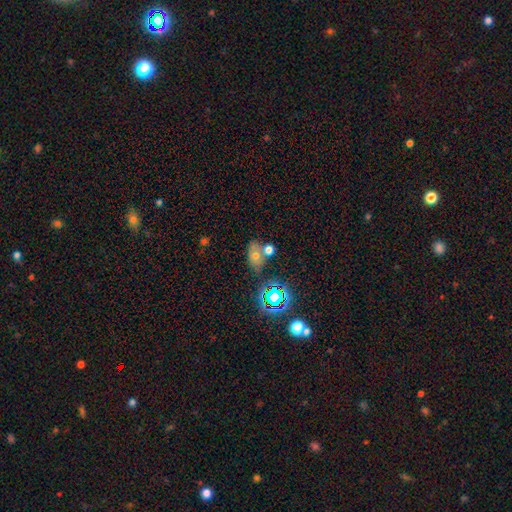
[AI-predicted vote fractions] A smooth galaxy with no disk features (40%).

Vote fractions:
- Smooth or featured? smooth: 40% / star or artifact: 39% / featured or disk: 21%
- Merging? none: 55% / merger: 24% / minor disturbance: 14% / major disturbance: 7%